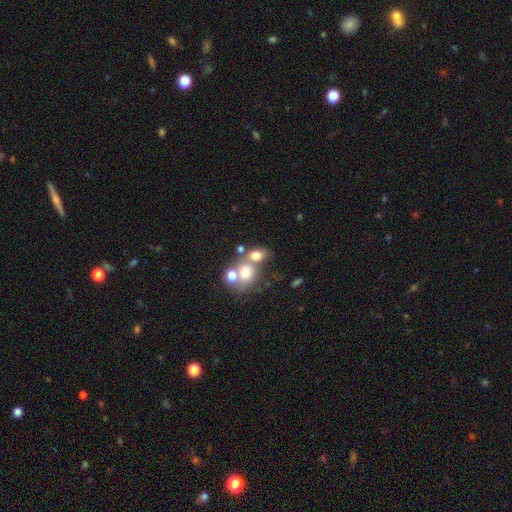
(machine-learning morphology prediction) Smooth or featured? Predicted: smooth (p=0.68). How rounded? Predicted: round (p=0.52). Merging? Predicted: merger (p=0.48).